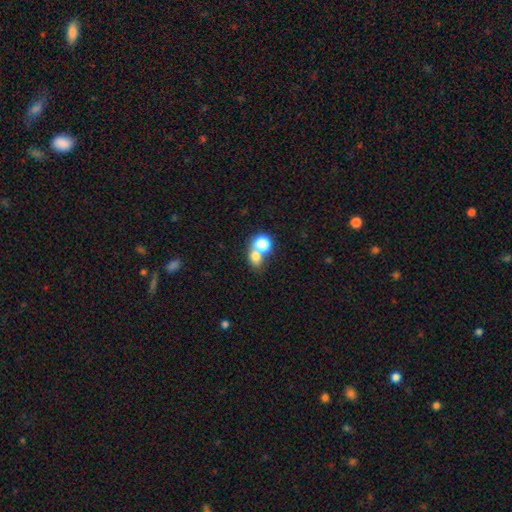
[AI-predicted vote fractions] Smooth or featured?
  - smooth: 72% *
  - star or artifact: 16%
  - featured or disk: 12%
How rounded?
  - round: 65% *
  - in between: 34%
  - cigar-shaped: 1%
Merging?
  - merger: 53% *
  - none: 37%
  - minor disturbance: 6%
  - major disturbance: 4%